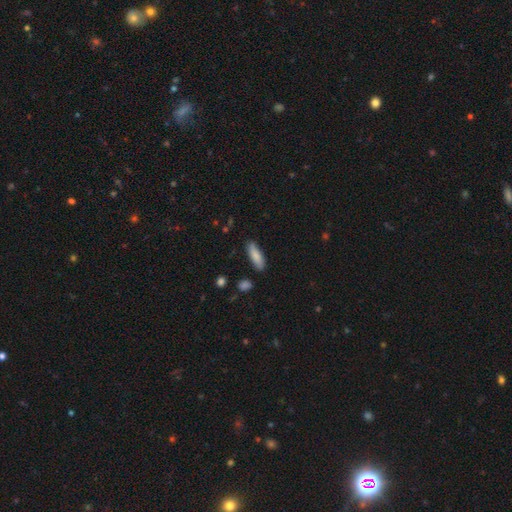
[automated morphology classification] Overall: smooth (83%). How rounded: cigar-shaped (50%; in between 48%). Merging: none (85%).